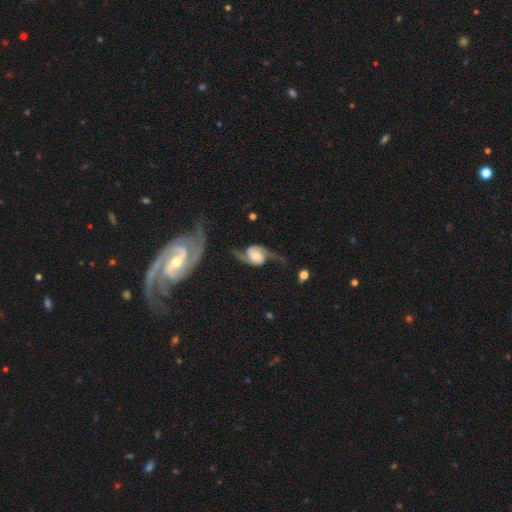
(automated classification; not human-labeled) Smooth or featured: featured or disk — 88% (smooth — 7%)
Edge-on disk: no — 97% (yes — 3%)
Bar: no — 58% (weak — 31%)
Spiral arms: yes — 97% (no — 3%)
Spiral winding: loose — 55% (medium — 34%)
Spiral arm count: 2 — 93% (can't tell — 2%)
Bulge size: moderate — 41% (small — 32%)
Merging: none — 61% (minor disturbance — 19%)